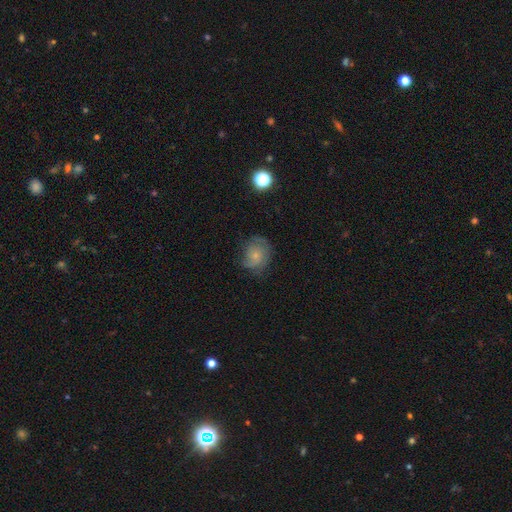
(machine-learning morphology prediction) Smooth or featured: smooth — 46% (featured or disk — 44%)
Merging: none — 59% (minor disturbance — 27%)